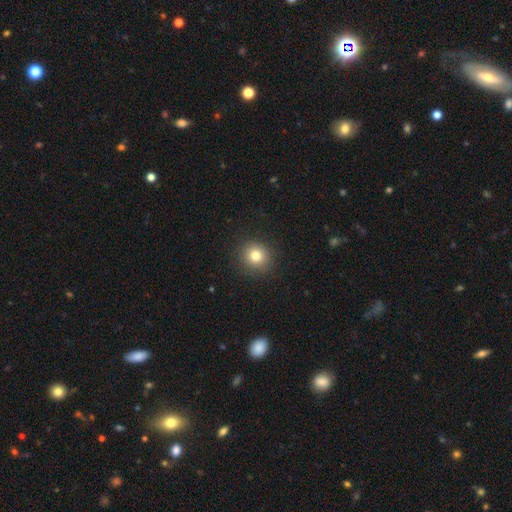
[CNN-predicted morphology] Smooth or featured?
  - smooth: 80% *
  - star or artifact: 12%
  - featured or disk: 8%
How rounded?
  - round: 89% *
  - in between: 10%
  - cigar-shaped: 1%
Merging?
  - none: 90% *
  - minor disturbance: 6%
  - major disturbance: 2%
  - merger: 1%